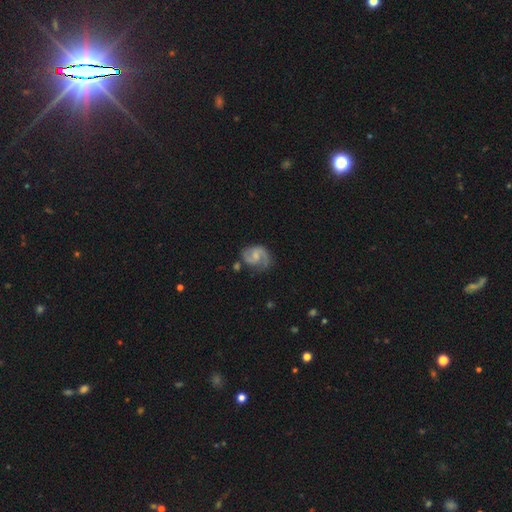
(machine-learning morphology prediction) type=featured or disk (84%); edge-on=no (98%); bar=weak (46%); spiral arms=yes (96%); winding=medium (55%); arm count=2 (88%); bulge=small (51%); merging=none (67%).